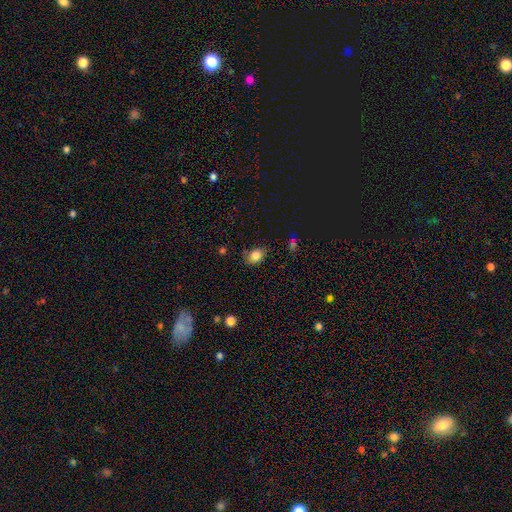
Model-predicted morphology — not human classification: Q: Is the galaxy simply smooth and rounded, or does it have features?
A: smooth — 82%.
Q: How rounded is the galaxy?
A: in between — 69%.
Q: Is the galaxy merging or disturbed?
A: none — 73%.